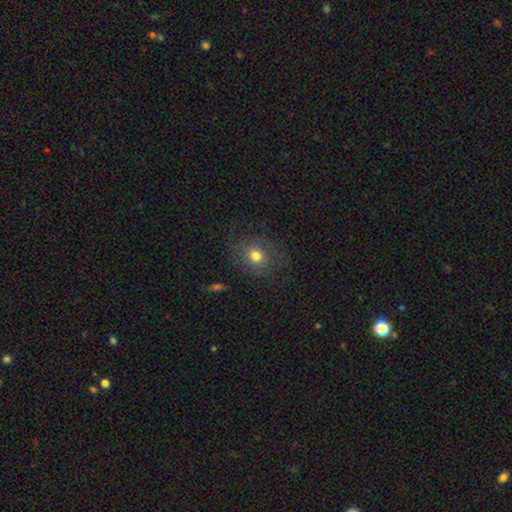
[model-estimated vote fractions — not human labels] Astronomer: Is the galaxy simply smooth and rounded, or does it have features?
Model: smooth — 61%.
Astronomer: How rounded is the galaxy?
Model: round — 67%.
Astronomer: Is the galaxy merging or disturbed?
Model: none — 75%.